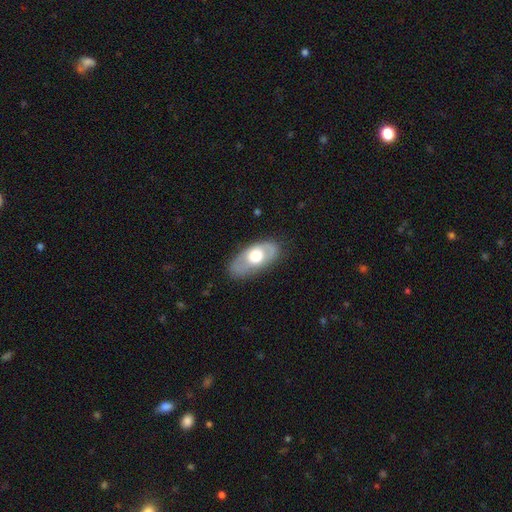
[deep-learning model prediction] Overall: featured or disk (48%; smooth 47%). Merging: none (78%).